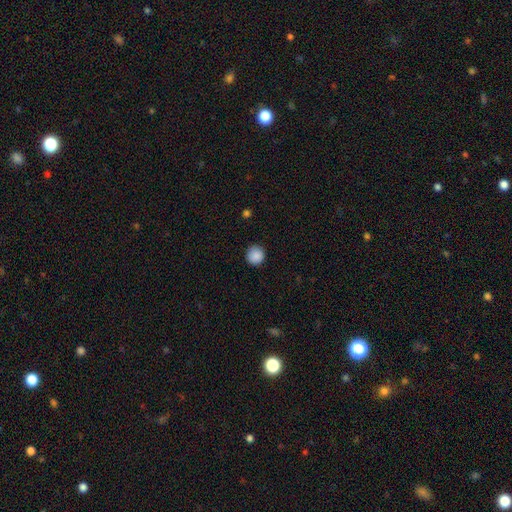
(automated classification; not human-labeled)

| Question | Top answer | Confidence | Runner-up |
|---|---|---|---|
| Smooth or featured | smooth | 89% | star or artifact (9%) |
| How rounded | round | 94% | in between (5%) |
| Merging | none | 90% | minor disturbance (7%) |